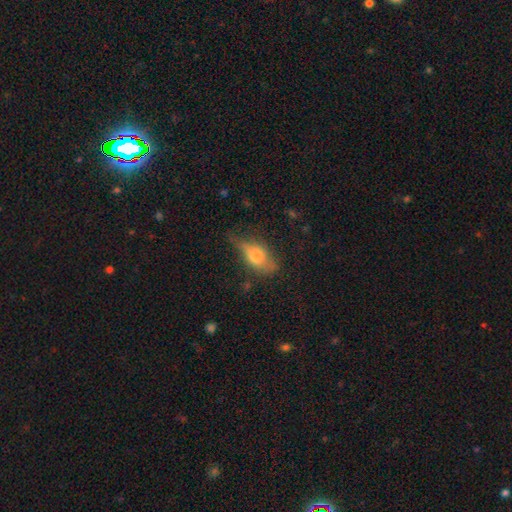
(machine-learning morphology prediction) Smooth or featured? smooth (61%)
How rounded? in between (80%)
Merging? none (40%)